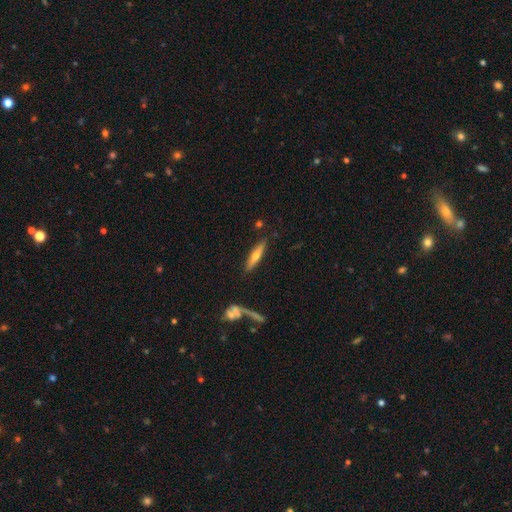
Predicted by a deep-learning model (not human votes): Morphology: type=featured or disk (49%); merging=none (83%).